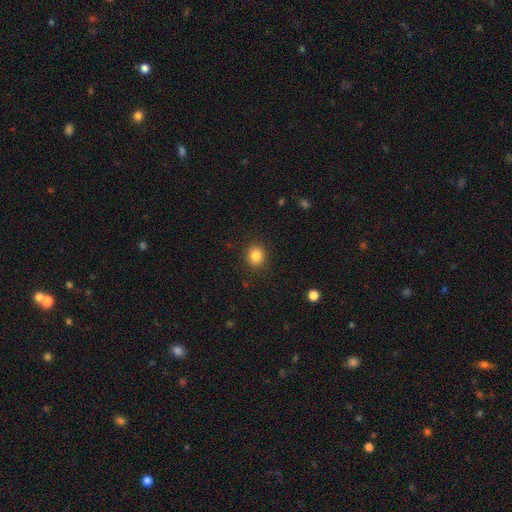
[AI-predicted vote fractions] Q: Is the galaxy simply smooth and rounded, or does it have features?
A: smooth — 84%.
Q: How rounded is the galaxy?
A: round — 83%.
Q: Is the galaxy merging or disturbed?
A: none — 90%.